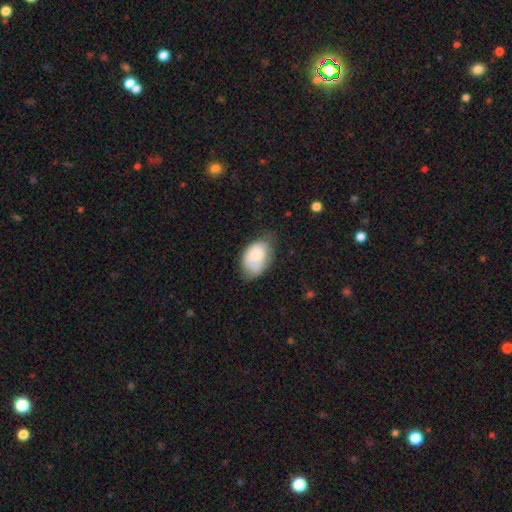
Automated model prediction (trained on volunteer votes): A smooth galaxy with no disk features (72%) that is in between round and cigar-shaped (88%). Merging: none (53%).